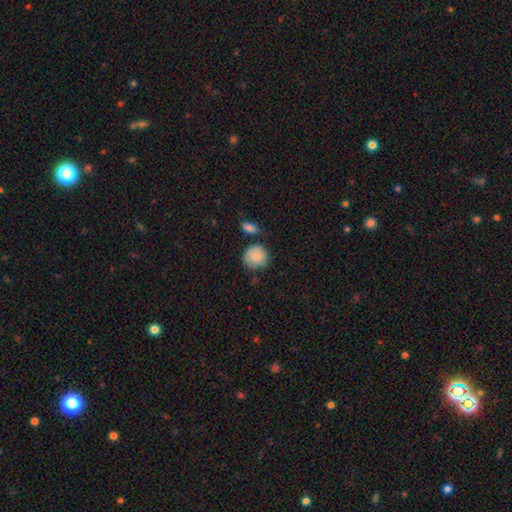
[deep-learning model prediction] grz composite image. It shows a smooth galaxy with no disk features (84%) that is round (88%). Merging: none (65%).